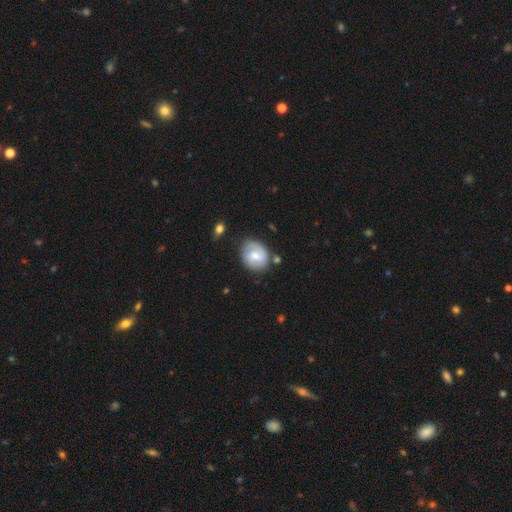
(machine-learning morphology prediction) Smooth or featured: featured or disk — 54% (smooth — 40%)
Edge-on disk: no — 97% (yes — 3%)
Bar: weak — 52% (no — 37%)
Spiral arms: yes — 84% (no — 16%)
Bulge size: moderate — 55% (small — 36%)
Merging: none — 71% (minor disturbance — 19%)